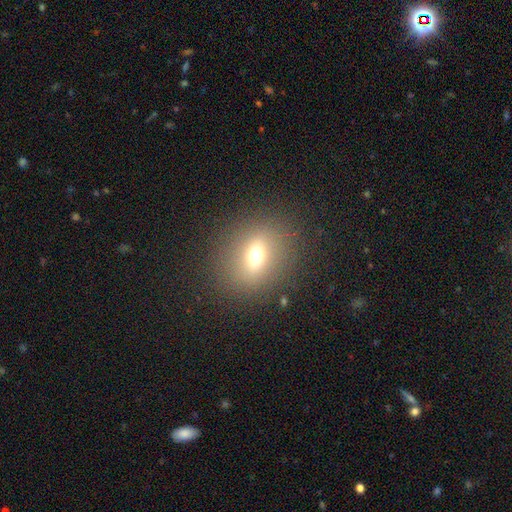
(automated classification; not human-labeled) Smooth or featured: smooth — 62% (featured or disk — 20%)
How rounded: round — 58% (in between — 40%)
Merging: none — 85% (minor disturbance — 9%)